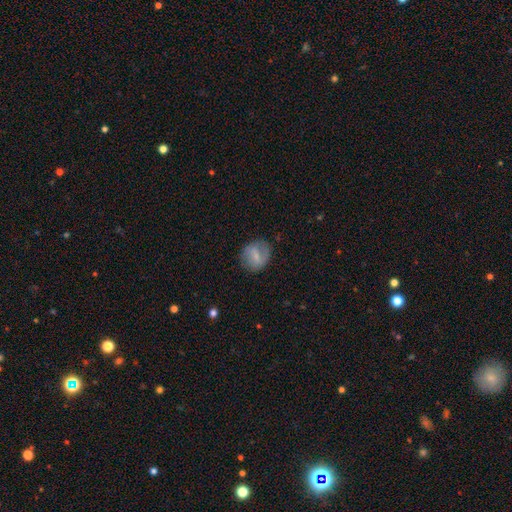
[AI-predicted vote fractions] A smooth galaxy with no disk features (57%) that is round (66%). Merging: none (75%).